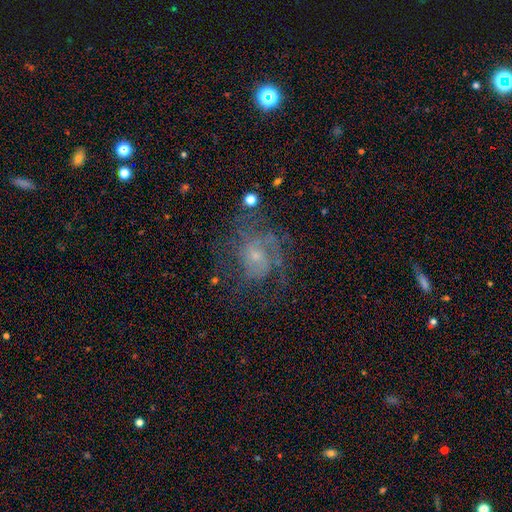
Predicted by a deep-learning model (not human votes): Overall: featured or disk (70%). Edge-on disk: no (97%). Bar: no (73%). Spiral arms: yes (81%). Spiral arm count: can't tell (42%; 2 21%). Spiral winding: medium (42%; tight 39%). Bulge size: small (65%). Merging: none (55%; major disturbance 24%).